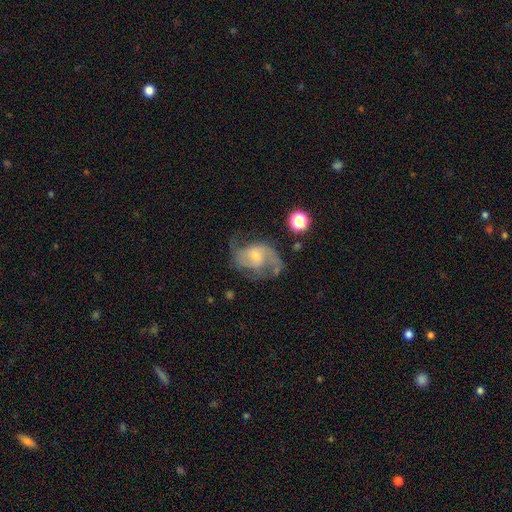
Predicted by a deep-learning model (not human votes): This is clearly a featured or disk galaxy (82%). It is clearly not viewed edge-on (97%). Bar: possibly no (50%). Spiral arm pattern: clearly yes (93%). Spiral arm count: clearly 2 (82%). Spiral winding: possibly medium (48%). Central bulge: possibly small (59%). Merging: possibly none (56%).